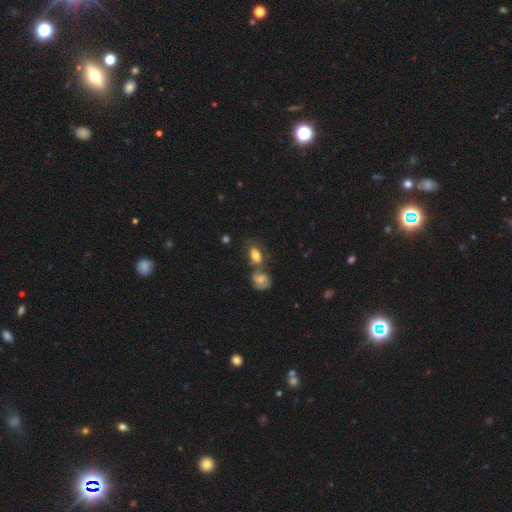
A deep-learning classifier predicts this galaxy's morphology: smooth 76%, featured or disk 16%, star or artifact 9%. Down the decision tree: how rounded — in between (84%); merging — none (46%).